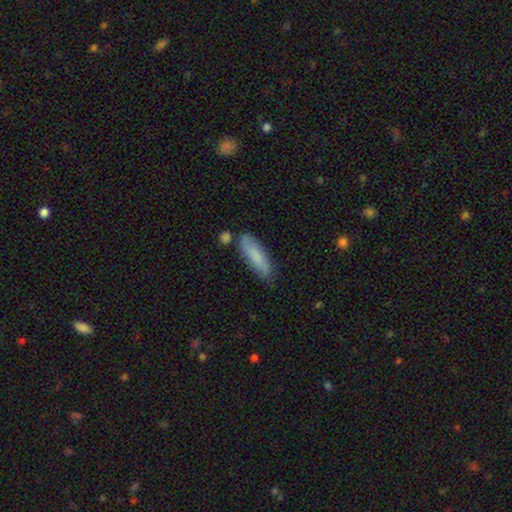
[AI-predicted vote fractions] A smooth galaxy with no disk features (82%) that is cigar-shaped (61%).

Vote fractions:
- Smooth or featured? smooth: 82% / featured or disk: 12% / star or artifact: 6%
- How rounded? cigar-shaped: 61% / in between: 37% / round: 2%
- Merging? none: 72% / minor disturbance: 19% / merger: 5% / major disturbance: 4%